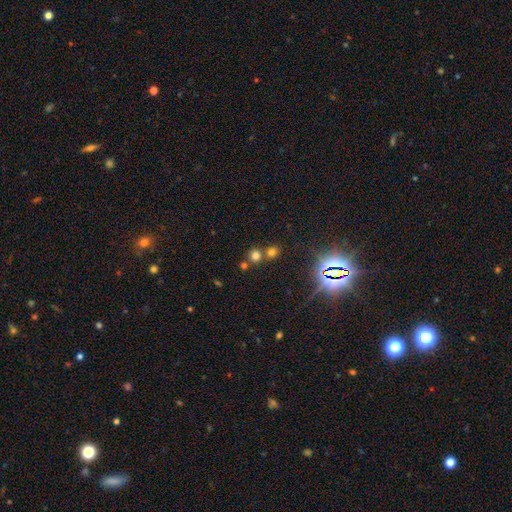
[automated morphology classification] Smooth or featured? smooth (68%)
How rounded? round (88%)
Merging? none (62%)